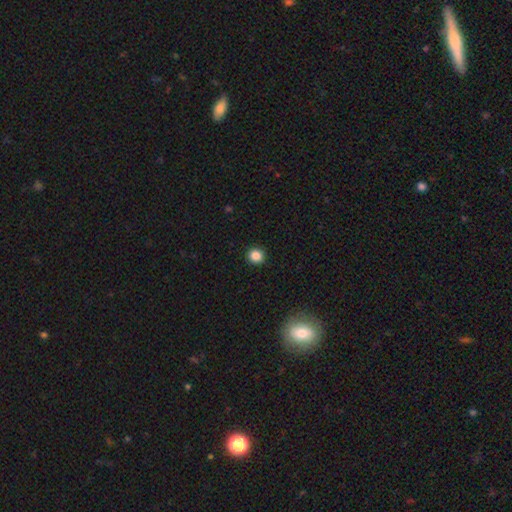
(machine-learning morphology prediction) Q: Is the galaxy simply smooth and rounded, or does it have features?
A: smooth — 86%.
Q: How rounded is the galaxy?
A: round — 91%.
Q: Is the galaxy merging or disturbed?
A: none — 93%.